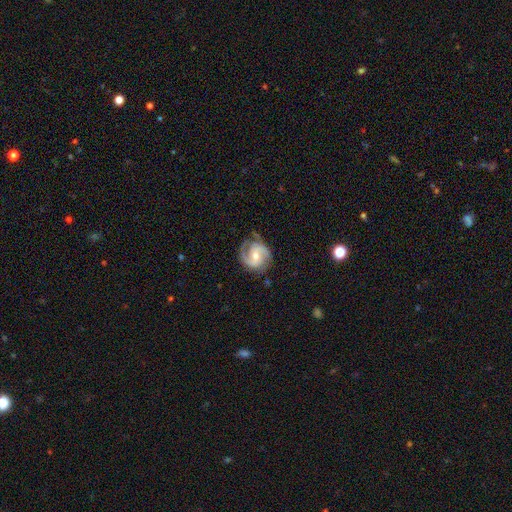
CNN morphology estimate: This is clearly a featured or disk galaxy (86%). It is clearly not viewed edge-on (98%). Bar: marginally no (44%). Spiral arm pattern: clearly yes (97%). Spiral arm count: clearly 2 (85%). Spiral winding: possibly medium (51%). Central bulge: possibly moderate (51%). Merging: likely none (73%).